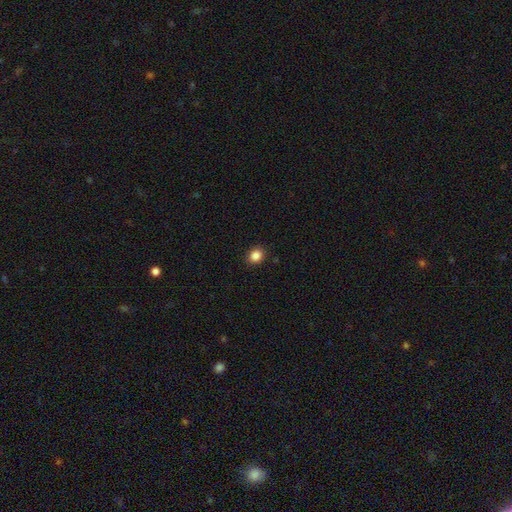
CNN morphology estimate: A smooth galaxy with no disk features (86%) that is round (62%).

Vote fractions:
- Smooth or featured? smooth: 86% / star or artifact: 10% / featured or disk: 4%
- How rounded? round: 62% / in between: 37% / cigar-shaped: 1%
- Merging? none: 90% / minor disturbance: 7% / major disturbance: 2% / merger: 1%